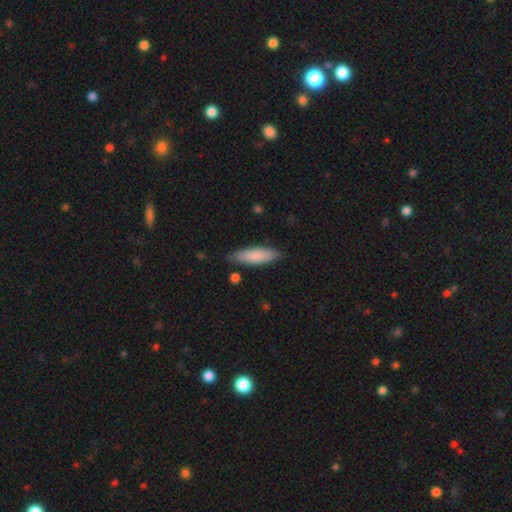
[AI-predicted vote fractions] Smooth or featured? smooth (82%)
How rounded? cigar-shaped (55%)
Merging? none (82%)